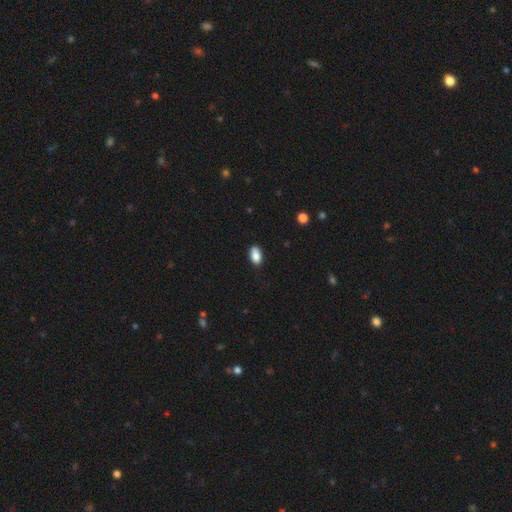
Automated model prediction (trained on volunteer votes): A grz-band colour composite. It shows a smooth galaxy with no disk features (87%) that is in between round and cigar-shaped (92%). Merging: none (84%).